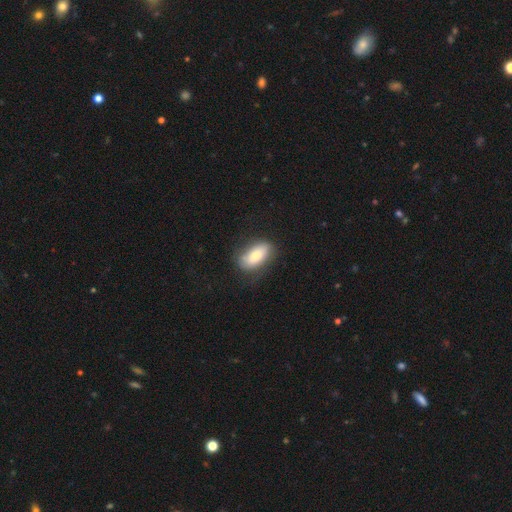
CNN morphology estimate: Smooth or featured? smooth (73%)
How rounded? in between (90%)
Merging? none (70%)